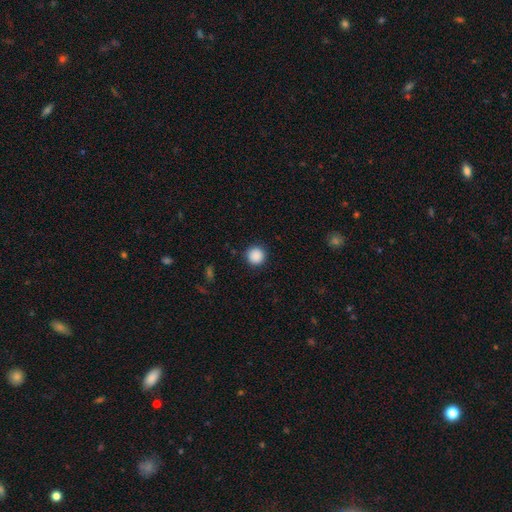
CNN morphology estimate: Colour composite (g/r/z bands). It shows a smooth galaxy with no disk features (89%) that is round (95%). Merging: none (91%).